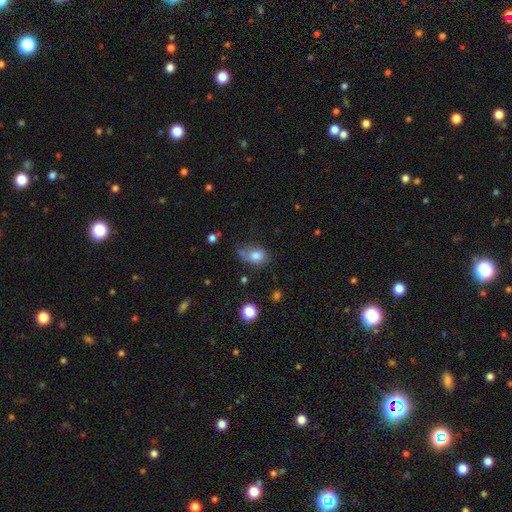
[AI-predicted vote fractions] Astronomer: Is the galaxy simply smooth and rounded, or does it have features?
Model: smooth — 78%.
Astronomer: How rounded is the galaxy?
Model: in between — 62%.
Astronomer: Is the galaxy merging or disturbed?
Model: none — 43% (runner-up: minor disturbance, 29%).